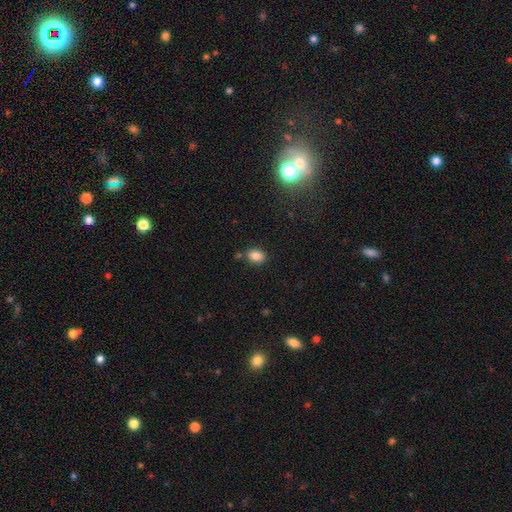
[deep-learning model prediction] The model was most divided on "how rounded": in between: 75%, round: 23%, cigar-shaped: 1%. More confident: smooth or featured — smooth (85%); merging — none (78%).